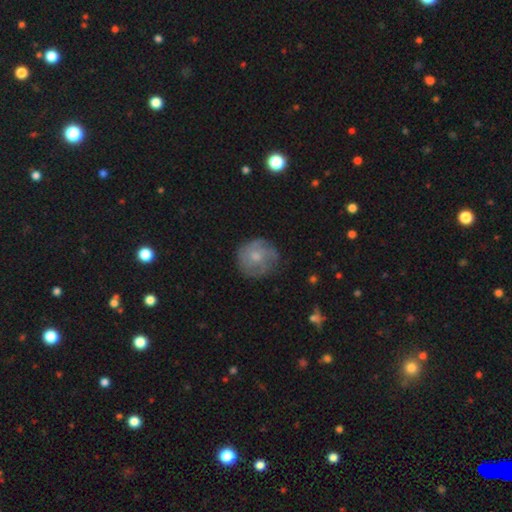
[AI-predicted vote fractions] smooth-or-featured: featured or disk: 46% (tied) | smooth: 46% (tied) | star or artifact: 8%
  merging: none: 73% | minor disturbance: 19% | major disturbance: 7% | merger: 1%